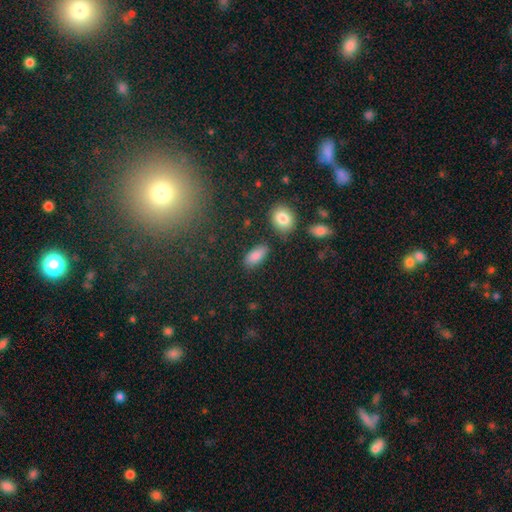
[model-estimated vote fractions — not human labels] Smooth or featured: smooth — 87% (star or artifact — 8%)
How rounded: in between — 89% (cigar-shaped — 7%)
Merging: none — 81% (minor disturbance — 12%)